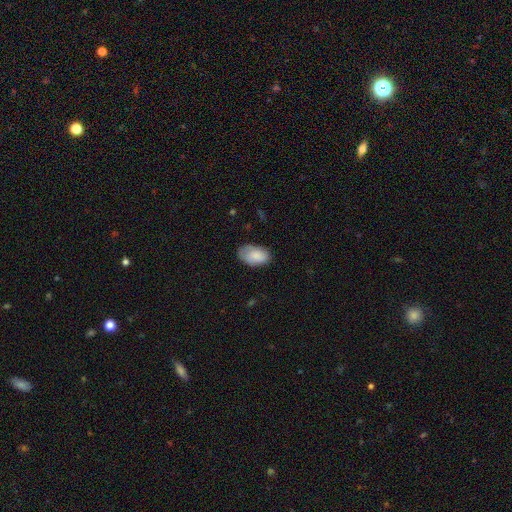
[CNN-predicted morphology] A smooth galaxy with no disk features (82%) that is in between round and cigar-shaped (92%). Merging: none (68%).